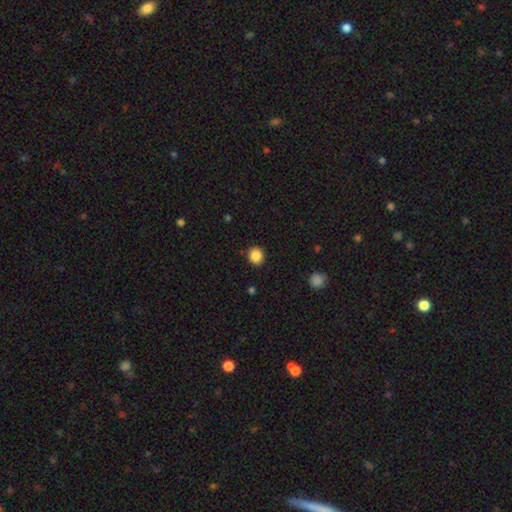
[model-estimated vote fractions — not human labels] smooth 87%, star or artifact 9%, featured or disk 4%. Down the decision tree: how rounded — round (74%); merging — none (90%).